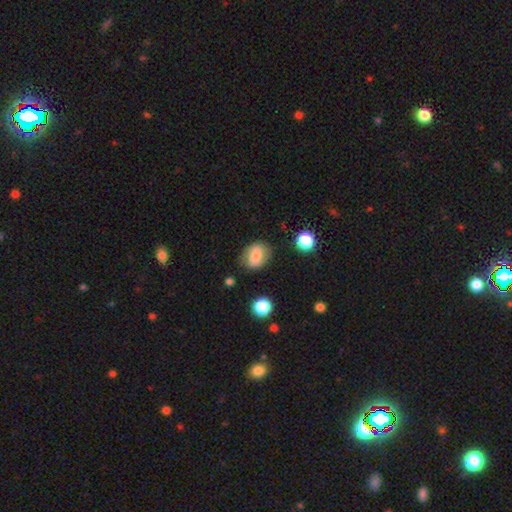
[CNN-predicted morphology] A smooth galaxy with no disk features (64%) that is in between round and cigar-shaped (61%). Merging: none (73%).